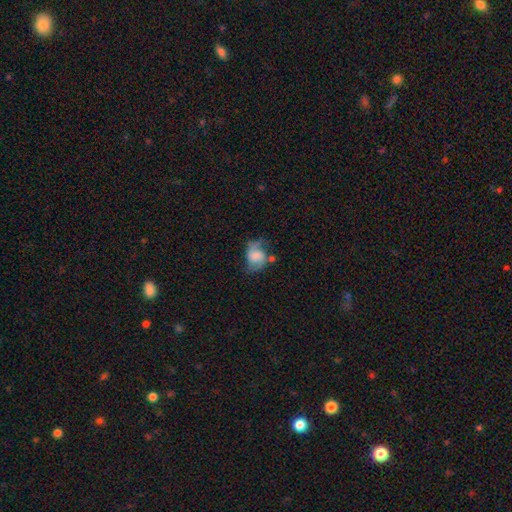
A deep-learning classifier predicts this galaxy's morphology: This appears to be a featured or disk galaxy (65%) with no bar (49%), 2 (85%) medium (44%) spiral arms (91%) and no central bulge (33%). Merging: none (51%).